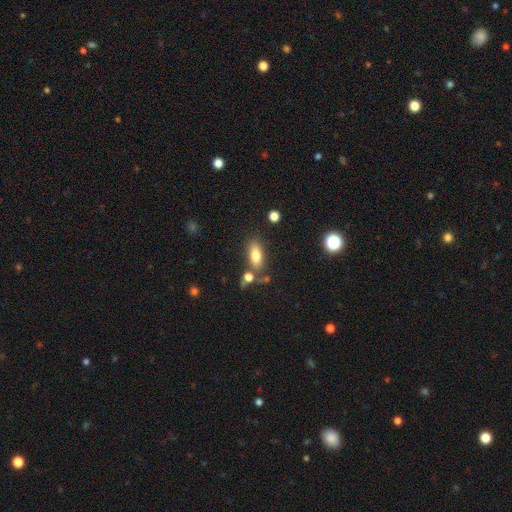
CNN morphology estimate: This appears to be a smooth galaxy with no disk features (77%) that is in between round and cigar-shaped (83%). Merging: none (64%).